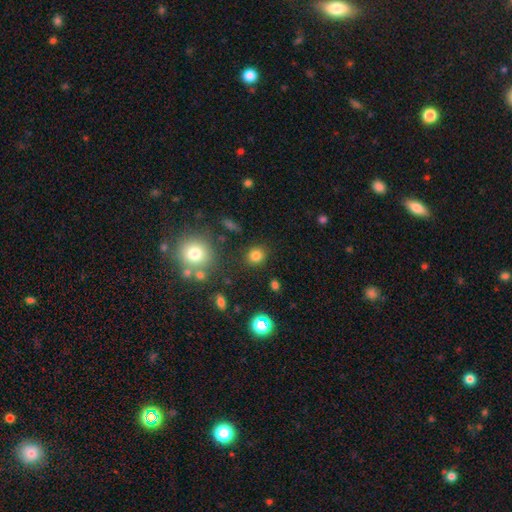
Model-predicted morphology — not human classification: This appears to be a smooth galaxy with no disk features (81%) that is round (80%). Merging: none (86%).